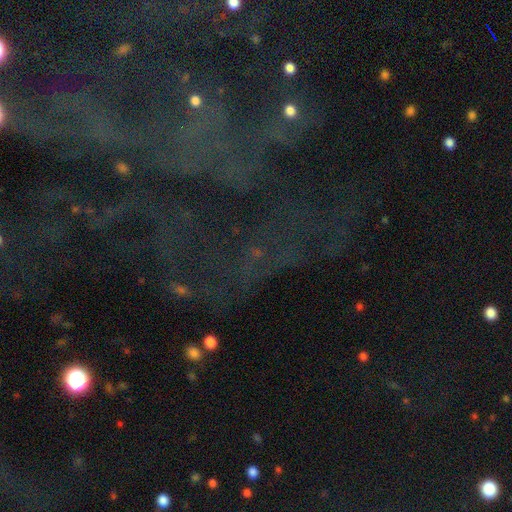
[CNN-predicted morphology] Smooth or featured? star or artifact (72%)